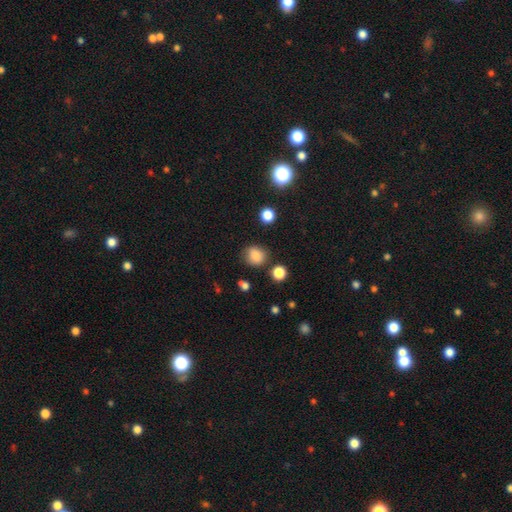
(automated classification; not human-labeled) Smooth or featured? Predicted: smooth (p=0.83). How rounded? Predicted: round (p=0.77). Merging? Predicted: none (p=0.79).